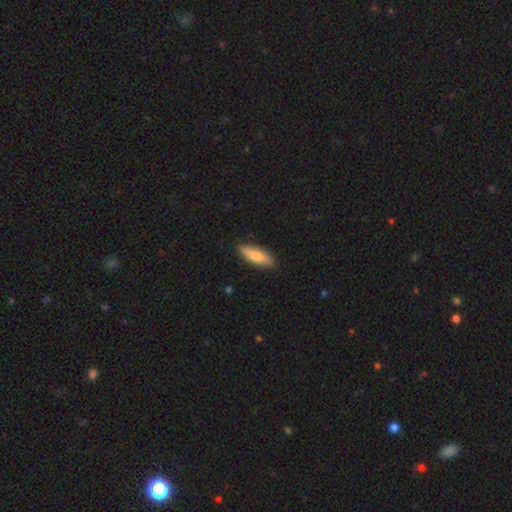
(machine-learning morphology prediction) smooth 77%, featured or disk 17%, star or artifact 5%. Down the decision tree: how rounded — in between (51%); merging — none (85%).